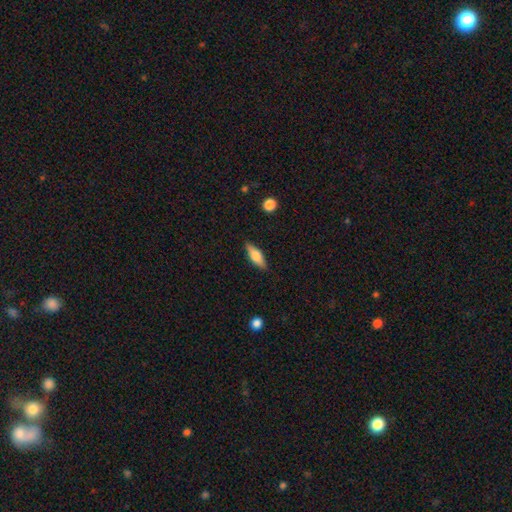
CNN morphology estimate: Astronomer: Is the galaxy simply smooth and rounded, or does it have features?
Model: smooth — 62%.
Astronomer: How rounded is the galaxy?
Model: in between — 58% (runner-up: cigar-shaped, 39%).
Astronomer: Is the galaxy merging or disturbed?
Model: none — 86%.